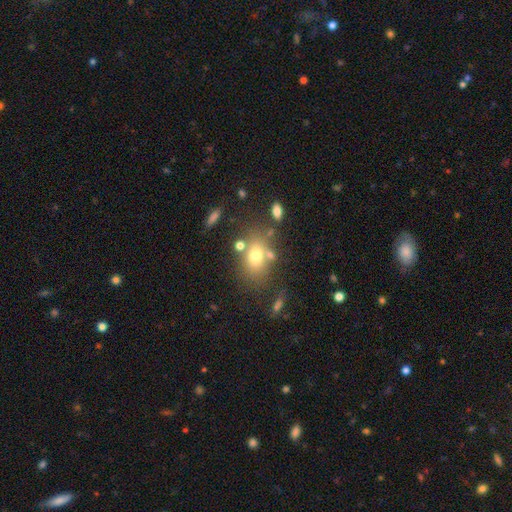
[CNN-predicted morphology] Overall: smooth (70%). How rounded: in between (68%; round 30%). Merging: none (65%).